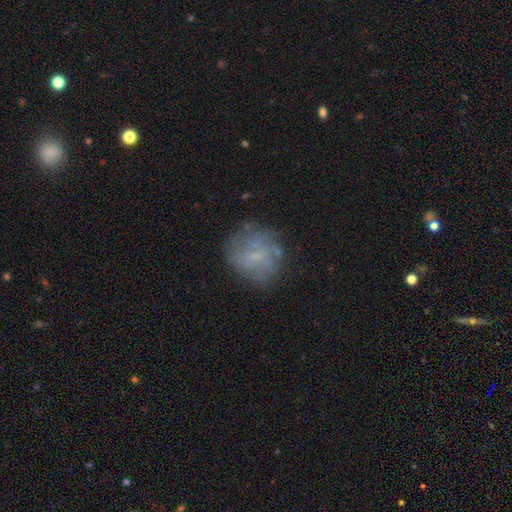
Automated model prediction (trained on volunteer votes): Q: Smooth or featured?
A: featured or disk (51%); runner-up: smooth (38%)
Q: Edge-on disk?
A: no (98%); runner-up: yes (2%)
Q: Merging?
A: none (68%); runner-up: minor disturbance (18%)